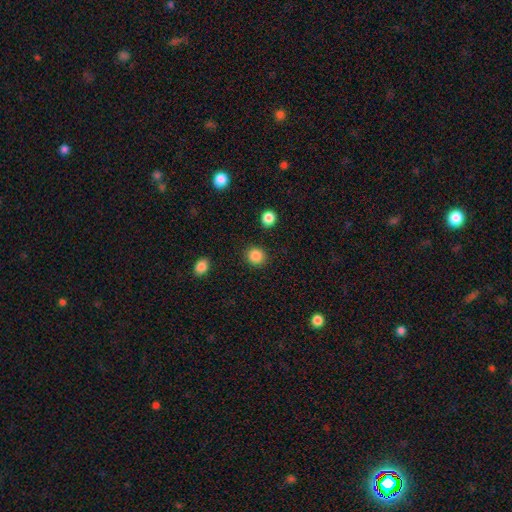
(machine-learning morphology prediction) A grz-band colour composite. It shows a smooth galaxy with no disk features (87%) that is round (91%). Merging: none (91%).